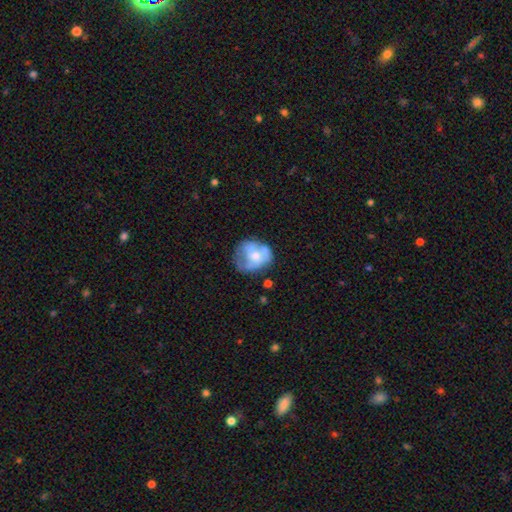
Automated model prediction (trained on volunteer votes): Morphology: type=featured or disk (53%); edge-on=no (98%); bar=no (79%); spiral arms=no (56%); bulge=moderate (52%); merging=none (46%).